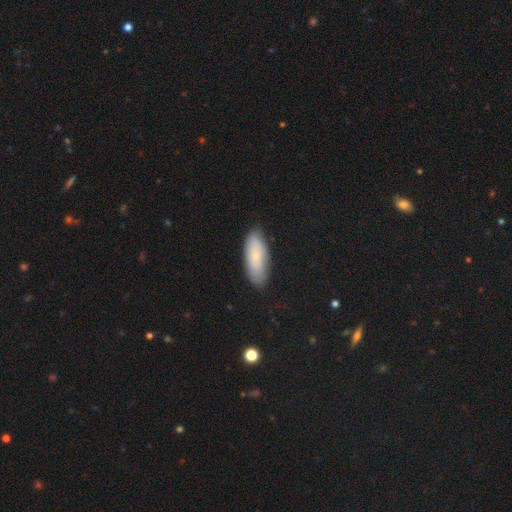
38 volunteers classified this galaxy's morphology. type=smooth (82%); roundness=in between (81%); merging=none (67%).